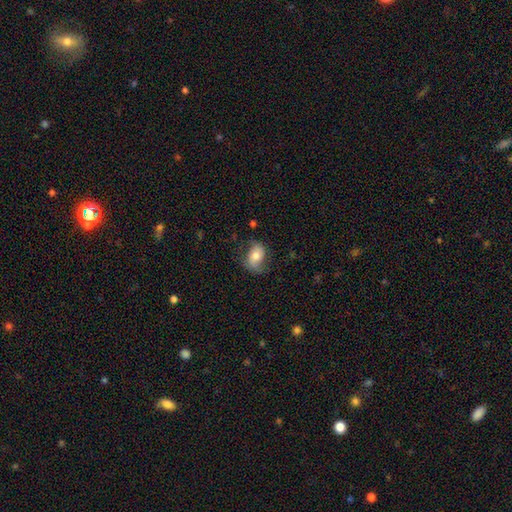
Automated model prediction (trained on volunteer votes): smooth_or_featured: smooth (p=0.62) [alt: featured or disk p=0.30]
how_rounded: in between (p=0.80) [alt: round p=0.18]
merging: none (p=0.63) [alt: minor disturbance p=0.24]